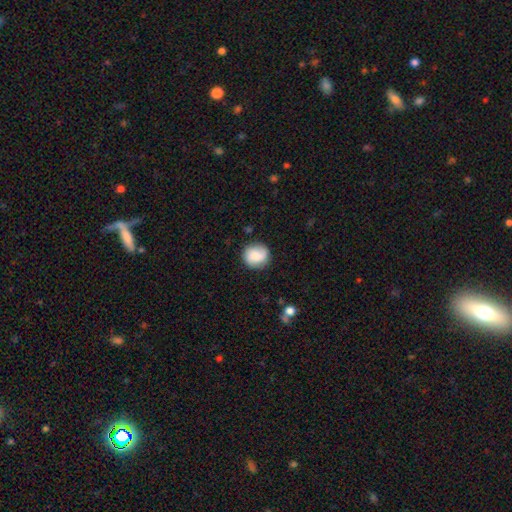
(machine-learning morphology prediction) smooth_or_featured: smooth (p=0.75) [alt: featured or disk p=0.17]
how_rounded: round (p=0.87) [alt: in between p=0.12]
merging: none (p=0.80) [alt: minor disturbance p=0.14]